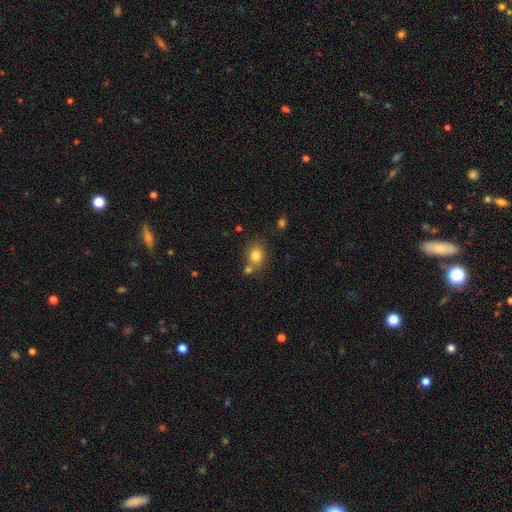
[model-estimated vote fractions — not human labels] Smooth or featured? Predicted: smooth (p=0.80). How rounded? Predicted: round (p=0.58). Merging? Predicted: none (p=0.62).